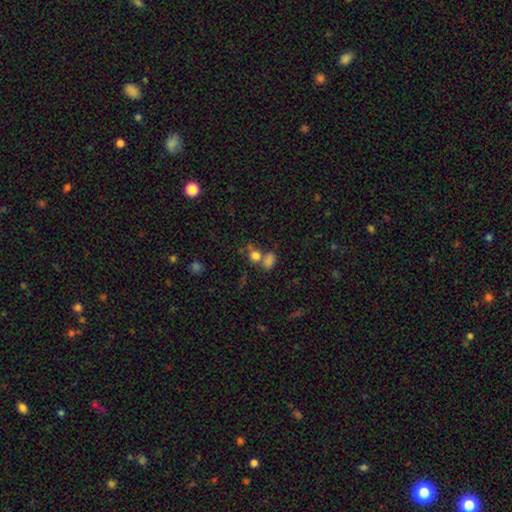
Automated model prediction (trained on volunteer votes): This appears to be a smooth galaxy with no disk features (75%) that is round (65%). Merging: merger (43%).